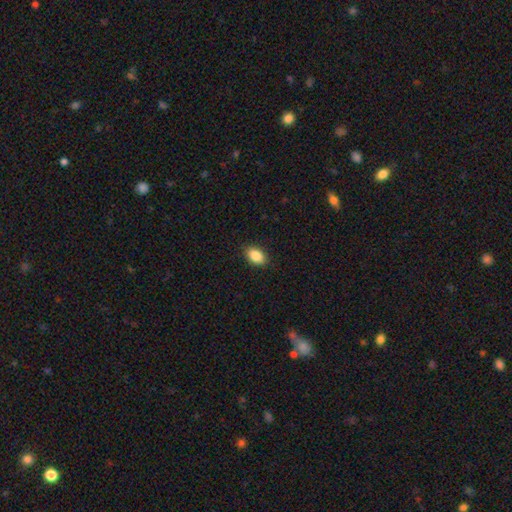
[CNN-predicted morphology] type=smooth (87%); roundness=in between (87%); merging=none (89%).